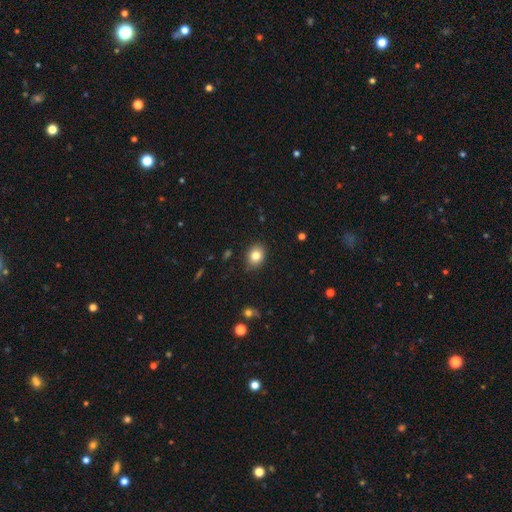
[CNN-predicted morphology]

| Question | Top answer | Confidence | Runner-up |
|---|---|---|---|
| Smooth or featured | smooth | 82% | star or artifact (10%) |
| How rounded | in between | 52% | round (47%) |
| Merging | none | 87% | minor disturbance (9%) |